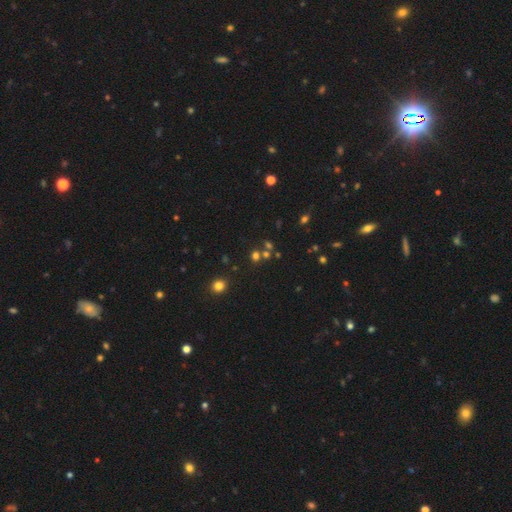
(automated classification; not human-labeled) Smooth or featured: smooth — 60% (star or artifact — 31%)
How rounded: round — 82% (in between — 17%)
Merging: none — 64% (merger — 25%)